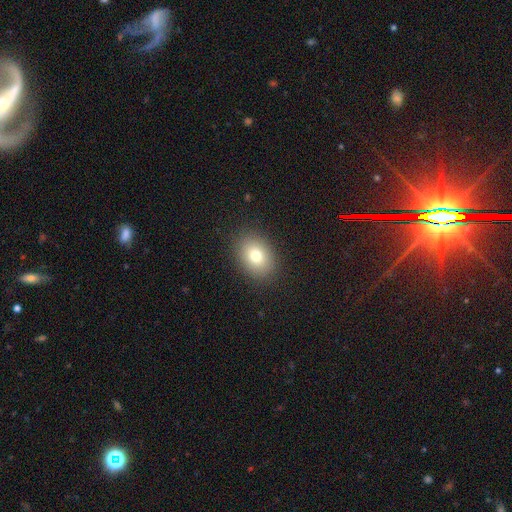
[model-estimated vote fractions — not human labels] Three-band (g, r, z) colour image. It shows a smooth galaxy with no disk features (77%) that is in between round and cigar-shaped (64%). Merging: none (88%).